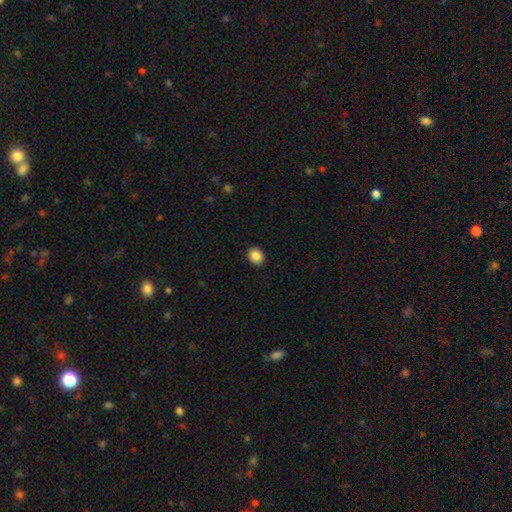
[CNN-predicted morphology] Q: Smooth or featured?
A: smooth (88%); runner-up: star or artifact (9%)
Q: How rounded?
A: round (71%); runner-up: in between (29%)
Q: Merging?
A: none (92%); runner-up: minor disturbance (6%)